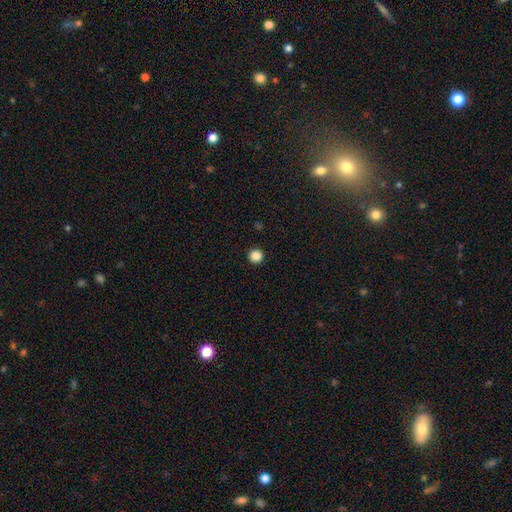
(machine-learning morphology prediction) This appears to be a smooth galaxy with no disk features (87%) that is round (96%). Merging: none (94%).